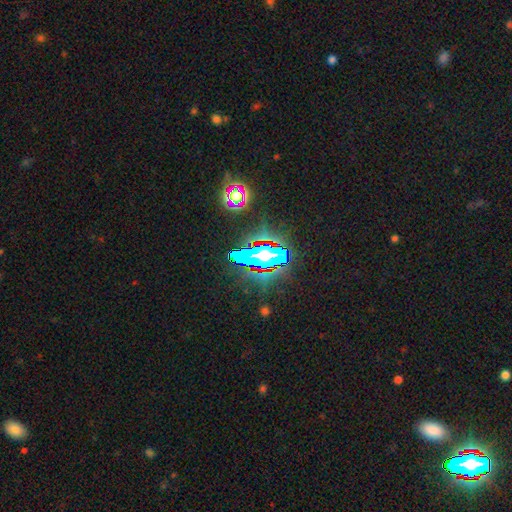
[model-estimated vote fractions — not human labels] Morphology: type=star or artifact (81%).